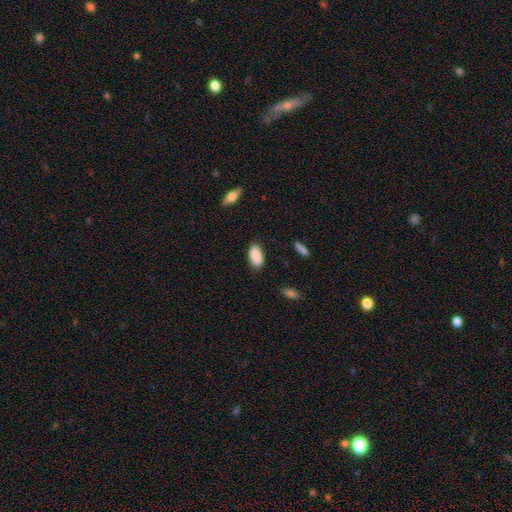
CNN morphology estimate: smooth 88%, star or artifact 7%, featured or disk 5%. Down the decision tree: how rounded — in between (90%); merging — none (82%).